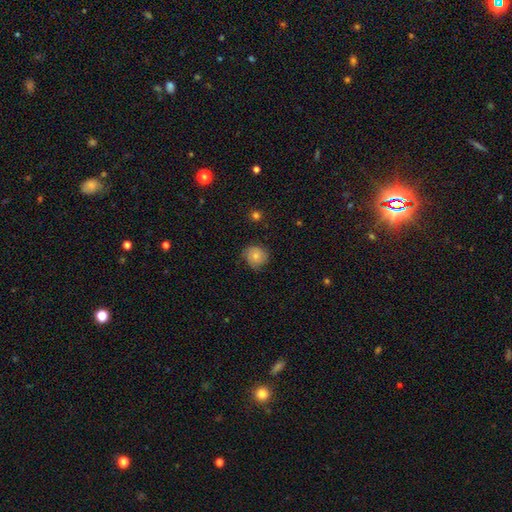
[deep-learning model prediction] A smooth galaxy with no disk features (67%) that is round (86%). Merging: none (73%).